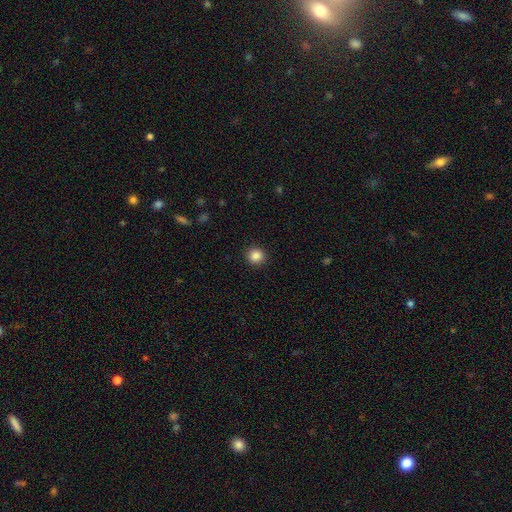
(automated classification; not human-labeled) Overall: smooth (86%). How rounded: round (90%). Merging: none (92%).